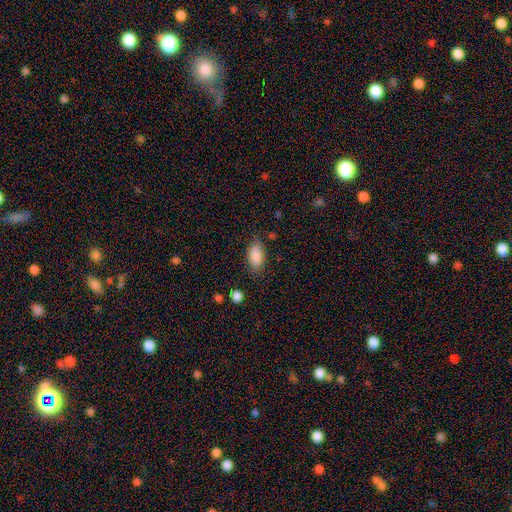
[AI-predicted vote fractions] This is clearly a smooth galaxy (88%). How rounded: clearly in between (92%). Merging: likely none (79%).